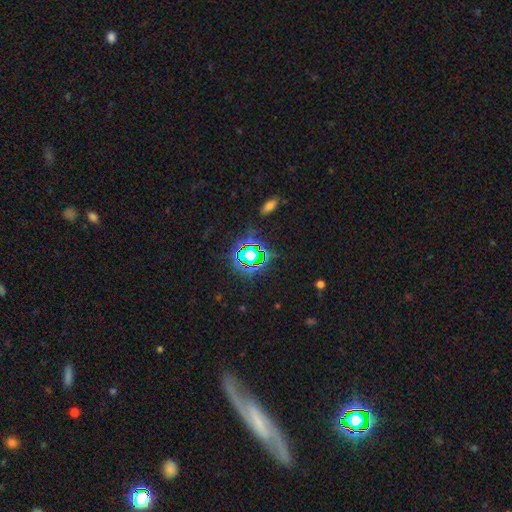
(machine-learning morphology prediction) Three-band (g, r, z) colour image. It shows a star or artifact, not a galaxy (73%).